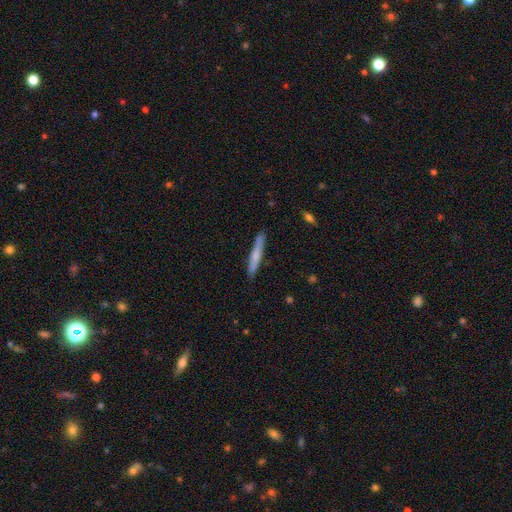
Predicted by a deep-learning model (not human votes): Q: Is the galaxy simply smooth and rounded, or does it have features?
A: smooth — 61%.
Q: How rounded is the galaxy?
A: cigar-shaped — 95%.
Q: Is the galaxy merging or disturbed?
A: none — 88%.